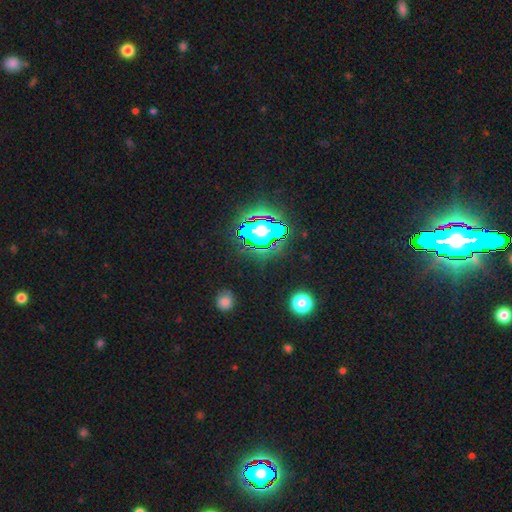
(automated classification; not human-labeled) smooth_or_featured: star or artifact (p=0.83) [alt: smooth p=0.10]